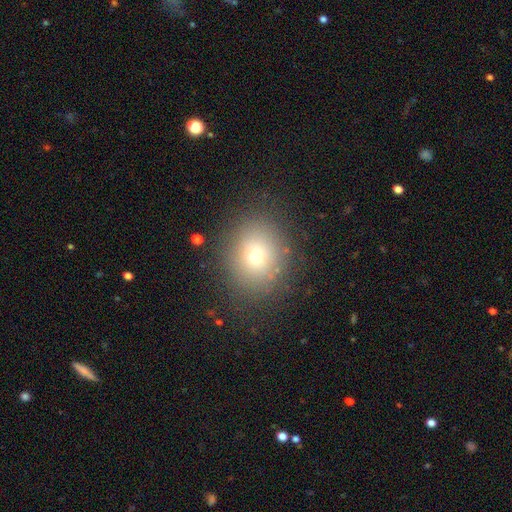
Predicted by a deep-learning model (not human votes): This is likely a smooth galaxy (69%). How rounded: likely round (71%). Merging: clearly none (84%).